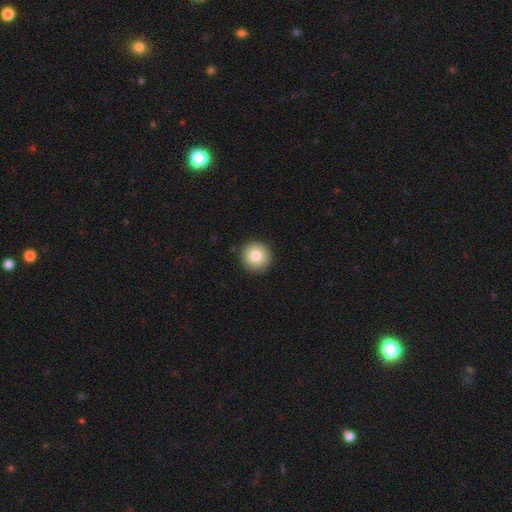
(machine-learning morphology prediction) This is clearly a smooth galaxy (82%). How rounded: clearly round (95%). Merging: clearly none (92%).